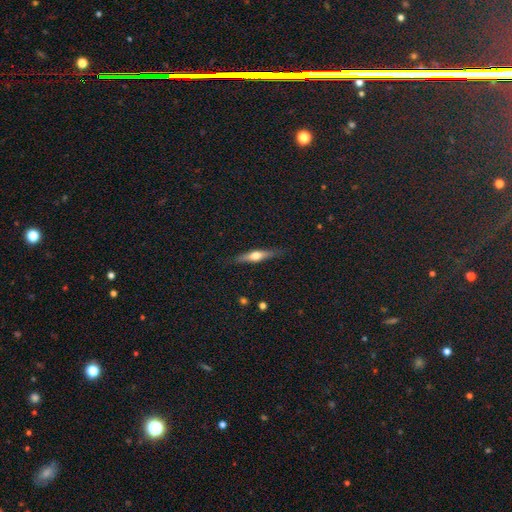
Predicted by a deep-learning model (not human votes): featured or disk 54%, smooth 40%, star or artifact 6%. Down the decision tree: edge-on disk — yes (94%); edge-on bulge — rounded (91%); merging — none (86%).